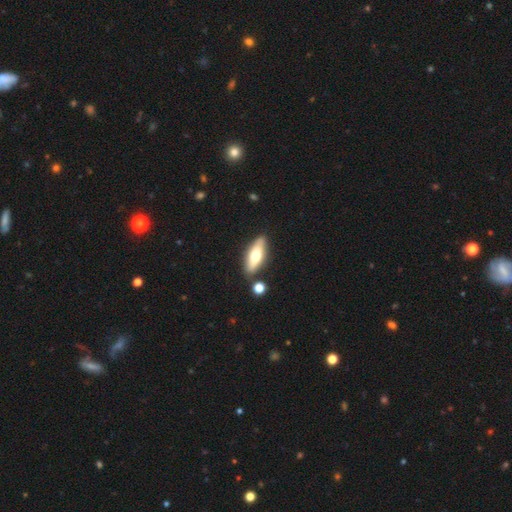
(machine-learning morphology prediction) smooth 57%, featured or disk 37%, star or artifact 6%. Down the decision tree: how rounded — in between (60%); merging — none (81%).